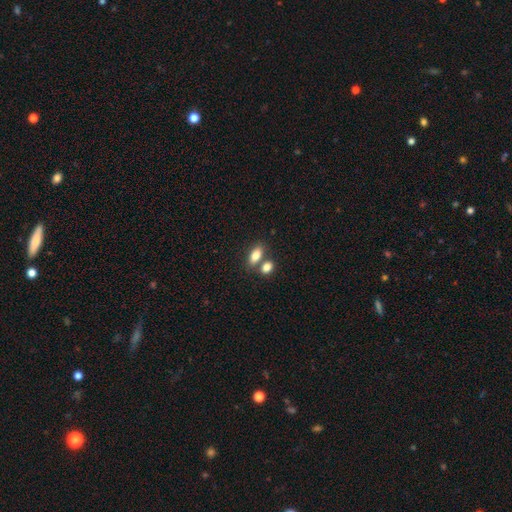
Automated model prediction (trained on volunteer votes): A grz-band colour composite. It shows a smooth galaxy with no disk features (82%) that is in between round and cigar-shaped (86%). Merging: none (52%).